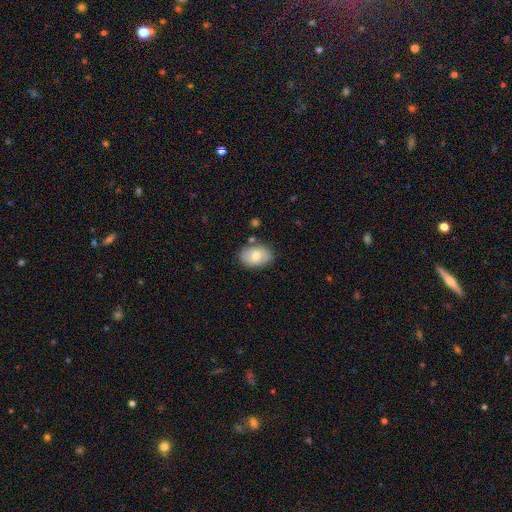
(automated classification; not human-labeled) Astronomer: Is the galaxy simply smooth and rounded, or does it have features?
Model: smooth — 71%.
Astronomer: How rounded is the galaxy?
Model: in between — 83%.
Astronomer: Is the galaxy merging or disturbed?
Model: none — 81%.